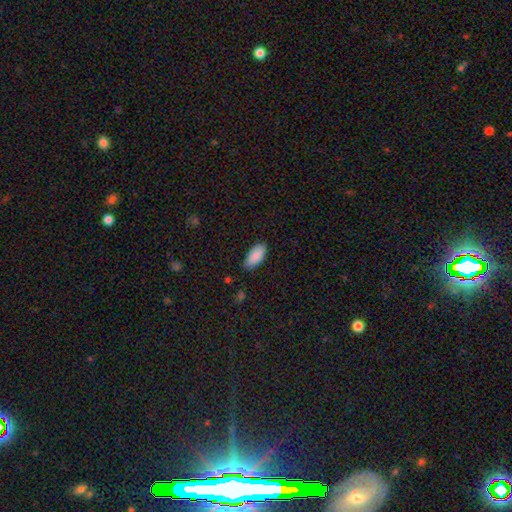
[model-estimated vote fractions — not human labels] smooth 87%, featured or disk 6%, star or artifact 6%. Down the decision tree: how rounded — in between (92%); merging — none (79%).